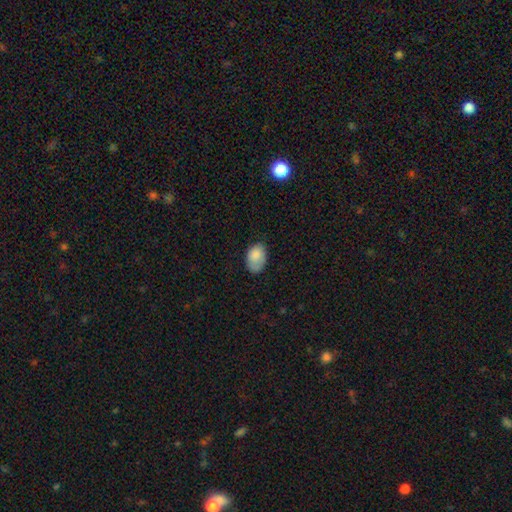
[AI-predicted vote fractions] A smooth galaxy with no disk features (84%) that is in between round and cigar-shaped (87%).

Vote fractions:
- Smooth or featured? smooth: 84% / featured or disk: 9% / star or artifact: 7%
- How rounded? in between: 87% / round: 12% / cigar-shaped: 1%
- Merging? none: 60% / minor disturbance: 31% / major disturbance: 7% / merger: 2%